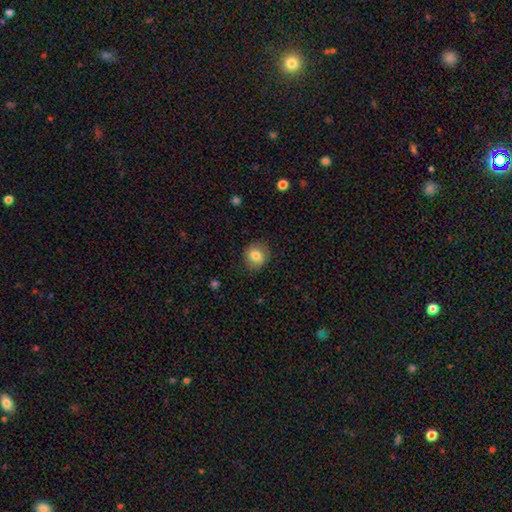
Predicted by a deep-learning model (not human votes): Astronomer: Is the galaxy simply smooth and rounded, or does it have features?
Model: smooth — 80%.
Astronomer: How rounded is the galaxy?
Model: round — 78%.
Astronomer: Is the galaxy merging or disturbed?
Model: none — 84%.